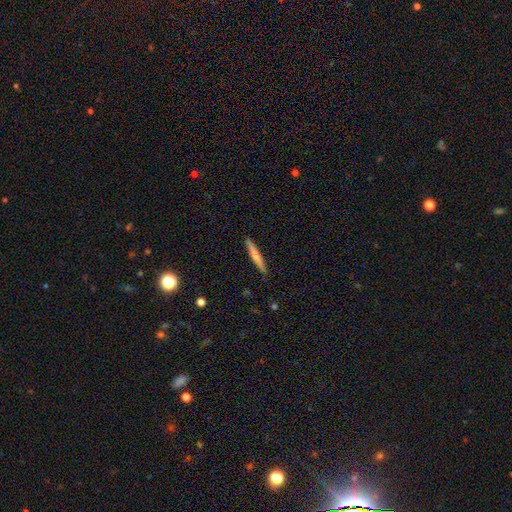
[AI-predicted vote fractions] smooth-or-featured: smooth: 58% | featured or disk: 36% | star or artifact: 6%
  how-rounded: cigar-shaped: 95% | in between: 4% | round: 1%
  merging: none: 90% | minor disturbance: 8% | major disturbance: 1% | merger: 1%